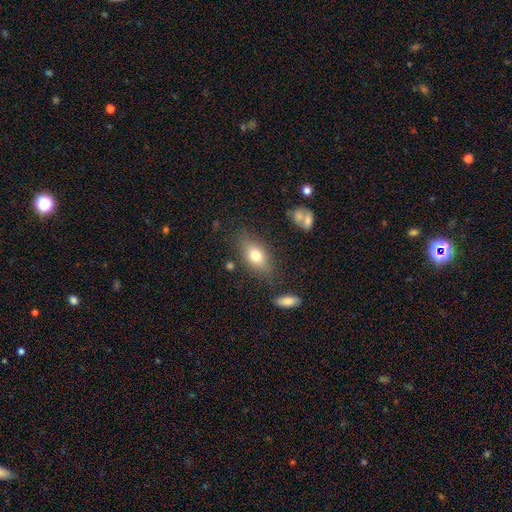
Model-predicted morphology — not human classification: A smooth galaxy with no disk features (75%) that is in between round and cigar-shaped (84%).

Vote fractions:
- Smooth or featured? smooth: 75% / featured or disk: 17% / star or artifact: 9%
- How rounded? in between: 84% / round: 10% / cigar-shaped: 6%
- Merging? none: 76% / minor disturbance: 15% / major disturbance: 5% / merger: 4%